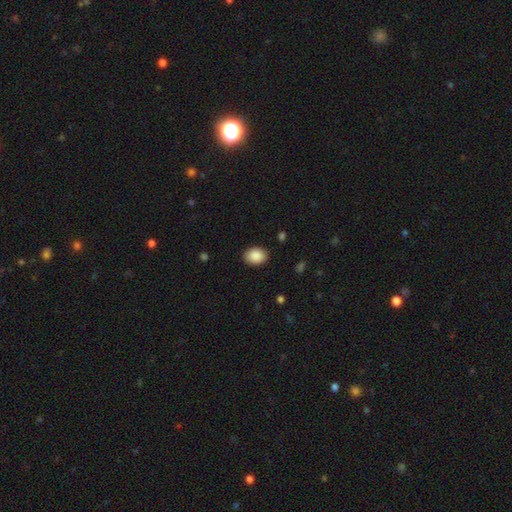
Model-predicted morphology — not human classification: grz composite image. It shows a smooth galaxy with no disk features (90%) that is in between round and cigar-shaped (71%). Merging: none (88%).